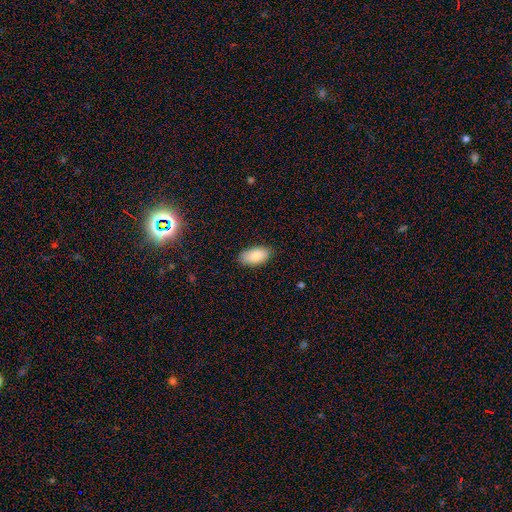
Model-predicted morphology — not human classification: smooth 86%, featured or disk 7%, star or artifact 7%. Down the decision tree: how rounded — in between (95%); merging — none (85%).